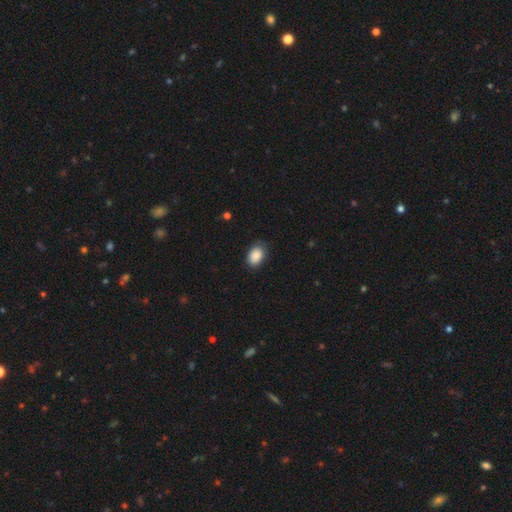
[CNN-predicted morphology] This is clearly a smooth galaxy (88%). How rounded: clearly in between (81%). Merging: clearly none (80%).